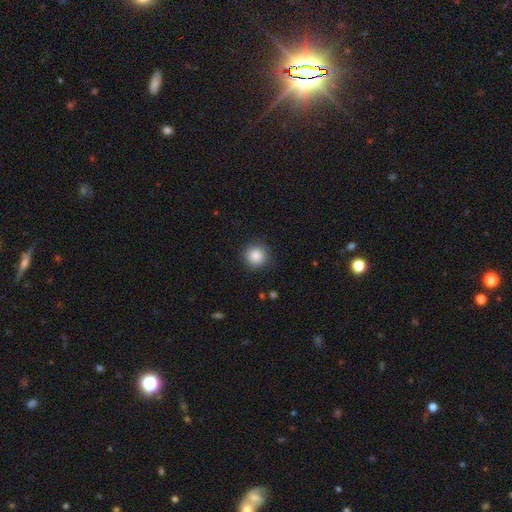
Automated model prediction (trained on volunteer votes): The model was most divided on "smooth or featured": smooth: 86%, star or artifact: 9%, featured or disk: 5%. More confident: how rounded — round (94%); merging — none (88%).